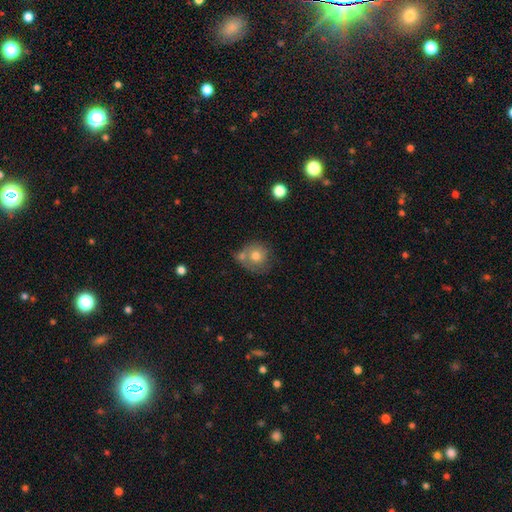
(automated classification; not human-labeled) A smooth galaxy with no disk features (71%) that is round (87%). Merging: none (43%).